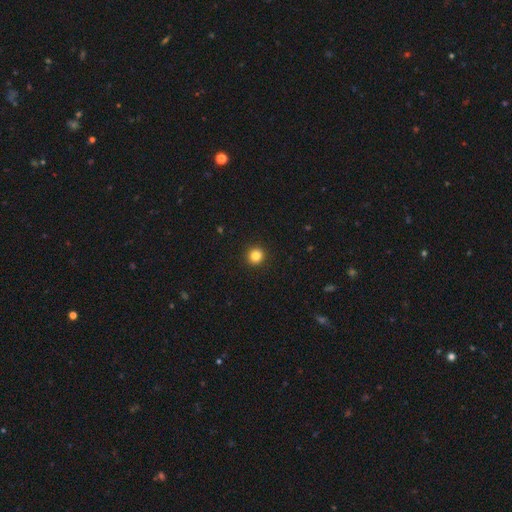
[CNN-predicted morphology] Q: Smooth or featured?
A: smooth (85%); runner-up: star or artifact (11%)
Q: How rounded?
A: round (94%); runner-up: in between (5%)
Q: Merging?
A: none (93%); runner-up: minor disturbance (4%)